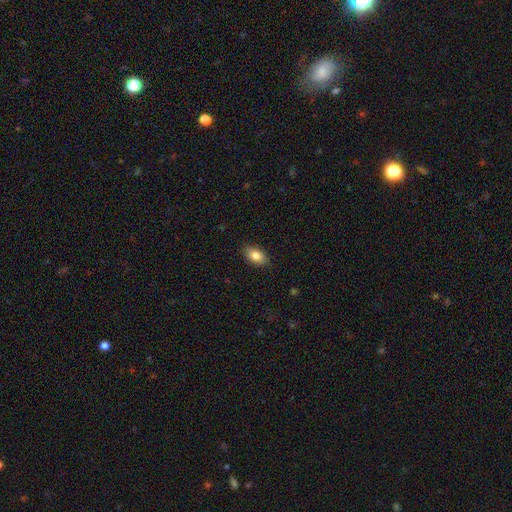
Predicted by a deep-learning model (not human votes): smooth-or-featured: smooth: 84% | featured or disk: 9% | star or artifact: 7%
  how-rounded: in between: 90% | round: 7% | cigar-shaped: 3%
  merging: none: 86% | minor disturbance: 11% | major disturbance: 2% | merger: 1%